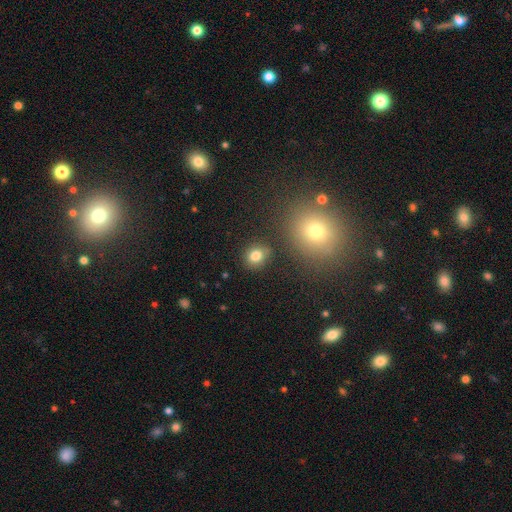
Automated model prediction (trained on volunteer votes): Smooth or featured: smooth — 81% (star or artifact — 12%)
How rounded: round — 65% (in between — 34%)
Merging: none — 81% (minor disturbance — 10%)